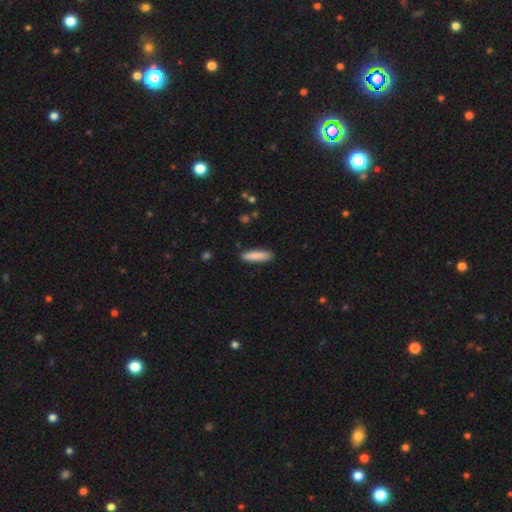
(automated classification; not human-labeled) This is clearly a smooth galaxy (86%). How rounded: likely cigar-shaped (78%). Merging: clearly none (89%).